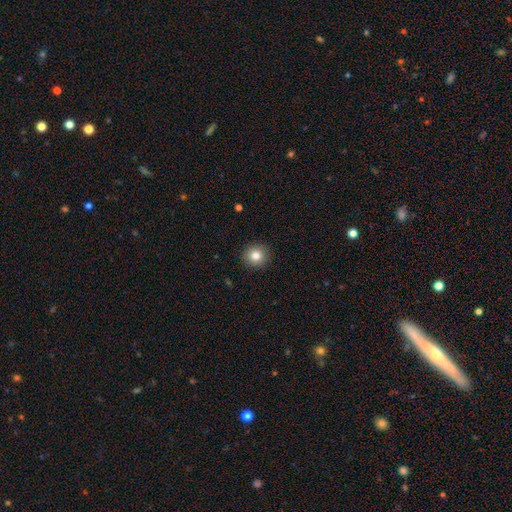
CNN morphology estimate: smooth-or-featured: smooth: 82% | star or artifact: 11% | featured or disk: 7%
  how-rounded: round: 92% | in between: 7% | cigar-shaped: 1%
  merging: none: 92% | minor disturbance: 6% | major disturbance: 2% | merger: 1%